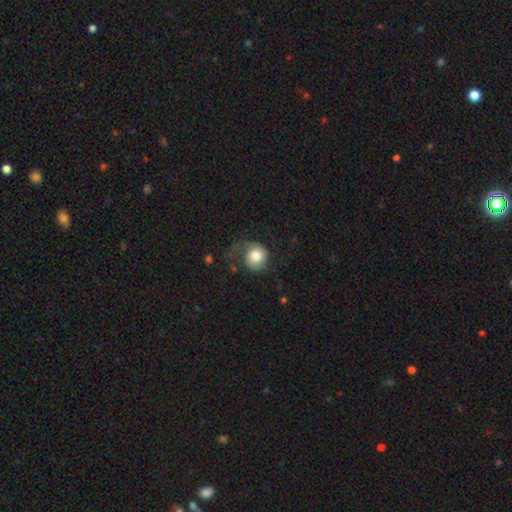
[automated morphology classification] Smooth or featured?
  - smooth: 59% *
  - featured or disk: 34%
  - star or artifact: 7%
How rounded?
  - round: 80% *
  - in between: 19%
  - cigar-shaped: 1%
Merging?
  - none: 37% * (tied)
  - major disturbance: 37% * (tied)
  - minor disturbance: 24%
  - merger: 2%